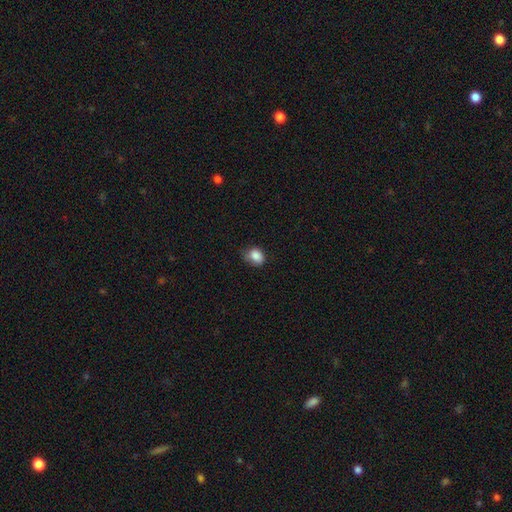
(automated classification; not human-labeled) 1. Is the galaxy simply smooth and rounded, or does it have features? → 86% smooth, 9% star or artifact, 5% featured or disk.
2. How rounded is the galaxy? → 60% in between, 39% round, 1% cigar-shaped.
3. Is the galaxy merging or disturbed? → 61% none, 31% minor disturbance, 7% major disturbance, 1% merger.